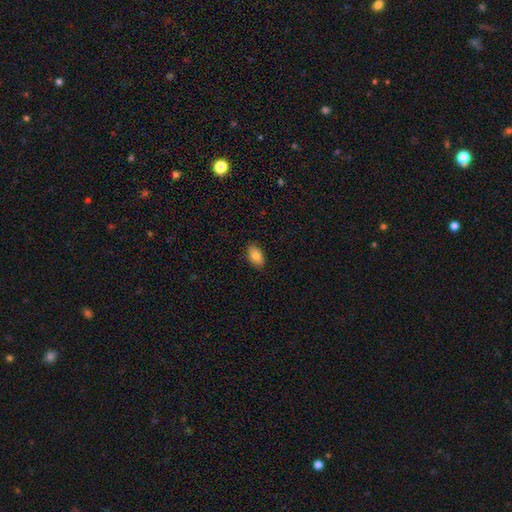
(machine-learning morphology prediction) A smooth galaxy with no disk features (85%) that is in between round and cigar-shaped (92%). Merging: none (87%).